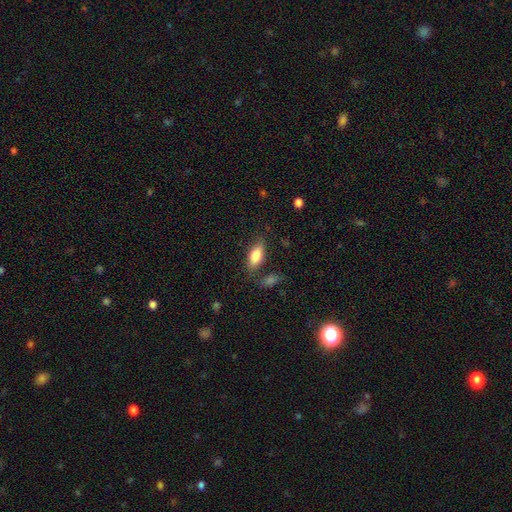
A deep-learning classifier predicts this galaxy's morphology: A smooth galaxy with no disk features (78%) that is in between round and cigar-shaped (81%). Merging: none (74%).